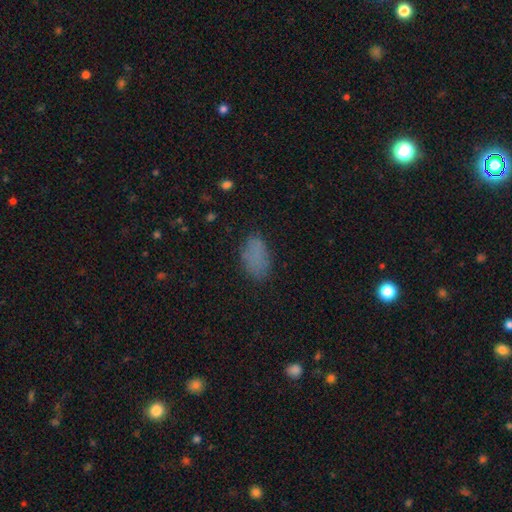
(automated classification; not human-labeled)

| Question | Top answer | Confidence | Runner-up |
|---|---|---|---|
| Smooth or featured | smooth | 78% | star or artifact (13%) |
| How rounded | in between | 91% | round (6%) |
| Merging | none | 73% | minor disturbance (18%) |